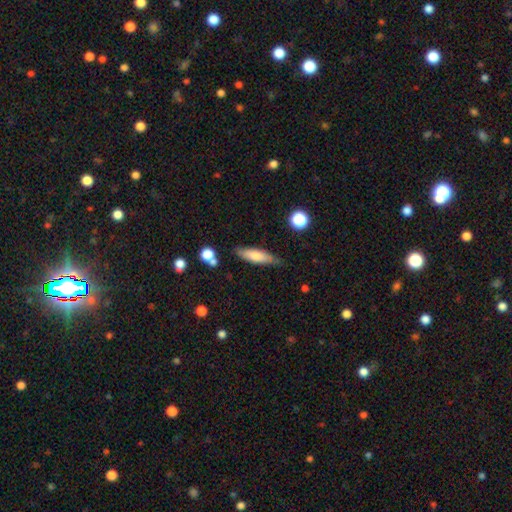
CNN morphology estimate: This appears to be a smooth galaxy with no disk features (70%) that is cigar-shaped (60%). Merging: none (76%).